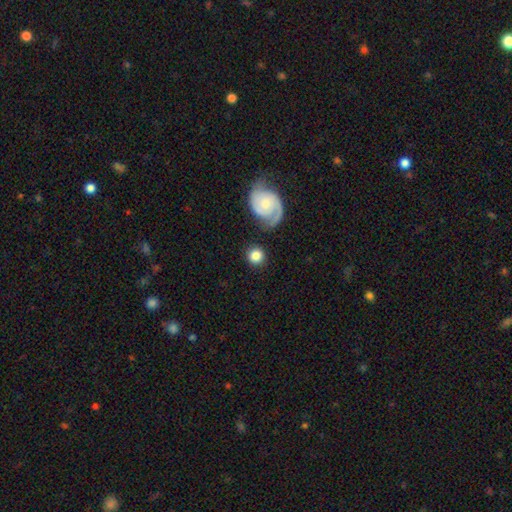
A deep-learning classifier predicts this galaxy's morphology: Smooth or featured? smooth (76%)
How rounded? round (92%)
Merging? none (81%)